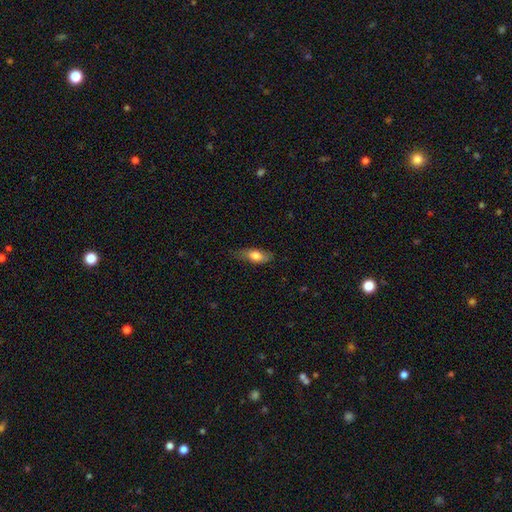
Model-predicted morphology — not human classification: Overall: smooth (72%). How rounded: in between (75%). Merging: none (63%; minor disturbance 28%).